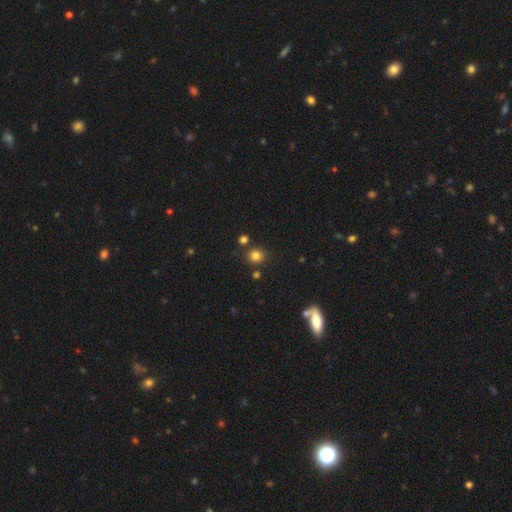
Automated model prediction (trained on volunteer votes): Q: Smooth or featured?
A: smooth (81%); runner-up: star or artifact (14%)
Q: How rounded?
A: round (87%); runner-up: in between (12%)
Q: Merging?
A: none (81%); runner-up: minor disturbance (8%)